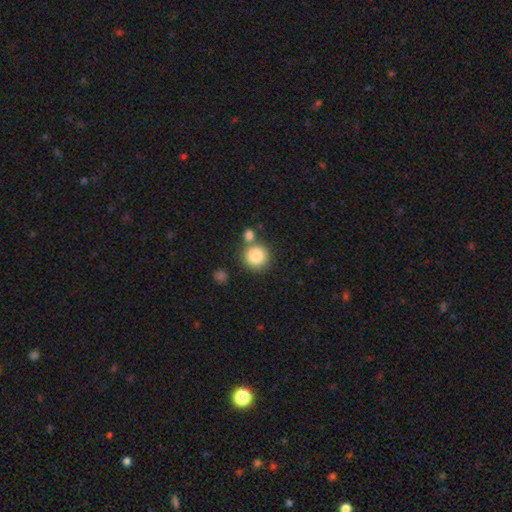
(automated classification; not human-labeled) smooth 84%, star or artifact 9%, featured or disk 7%. Down the decision tree: how rounded — round (92%); merging — none (68%).